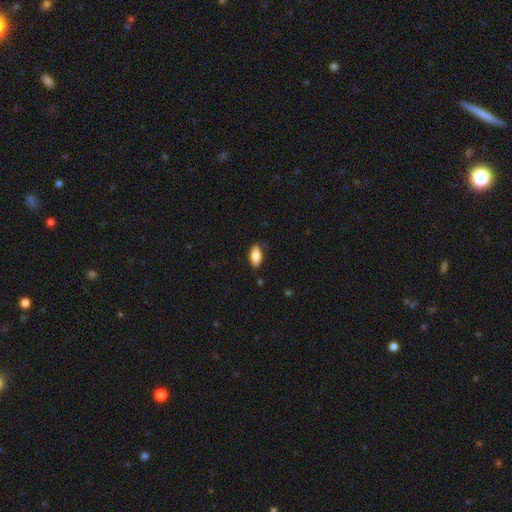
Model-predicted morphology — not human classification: Smooth or featured: smooth — 79% (featured or disk — 14%)
How rounded: in between — 86% (cigar-shaped — 12%)
Merging: none — 83% (minor disturbance — 13%)